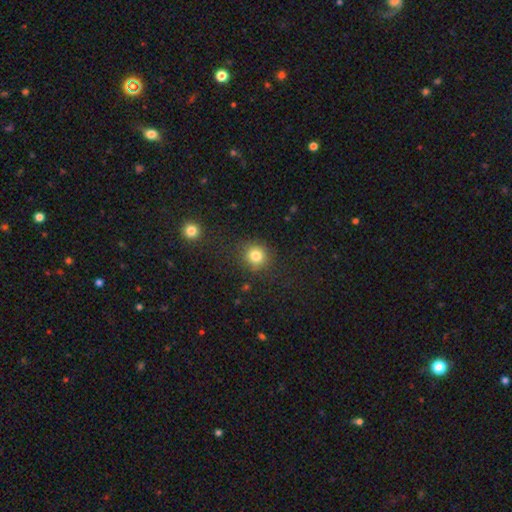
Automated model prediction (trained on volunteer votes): Overall: smooth (82%). How rounded: round (90%). Merging: none (85%).